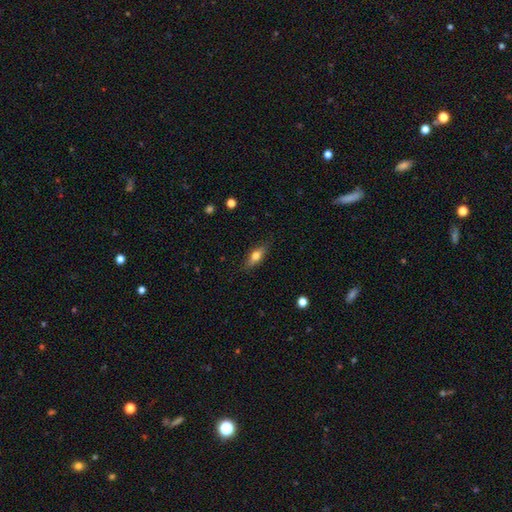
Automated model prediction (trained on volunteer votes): This appears to be a smooth galaxy with no disk features (64%) that is in between round and cigar-shaped (59%). Merging: none (84%).